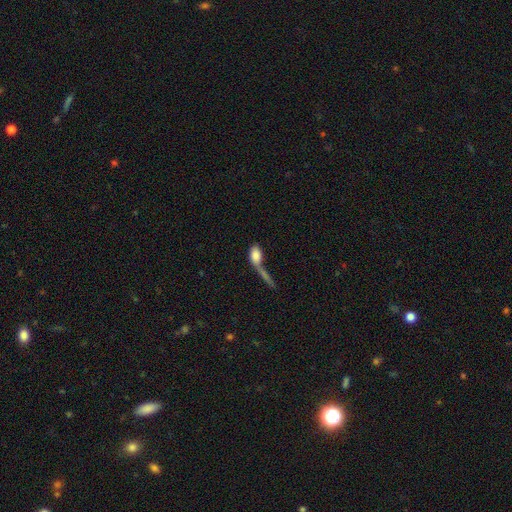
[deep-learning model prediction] smooth_or_featured: smooth (p=0.76) [alt: featured or disk p=0.16]
how_rounded: in between (p=0.81) [alt: cigar-shaped p=0.10]
merging: merger (p=0.53) [alt: none p=0.21]